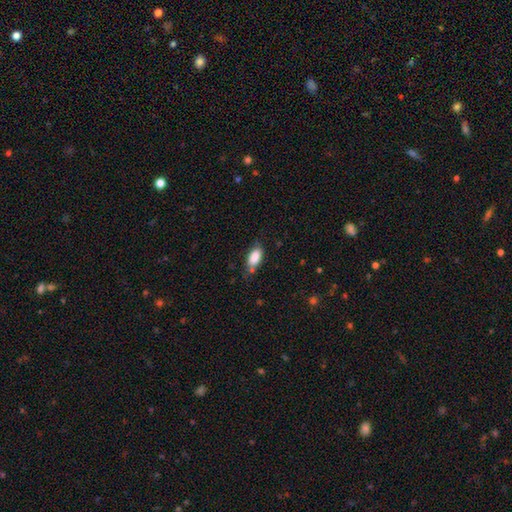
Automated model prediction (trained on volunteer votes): smooth_or_featured: smooth (p=0.86) [alt: star or artifact p=0.07]
how_rounded: in between (p=0.89) [alt: cigar-shaped p=0.07]
merging: none (p=0.64) [alt: minor disturbance p=0.26]